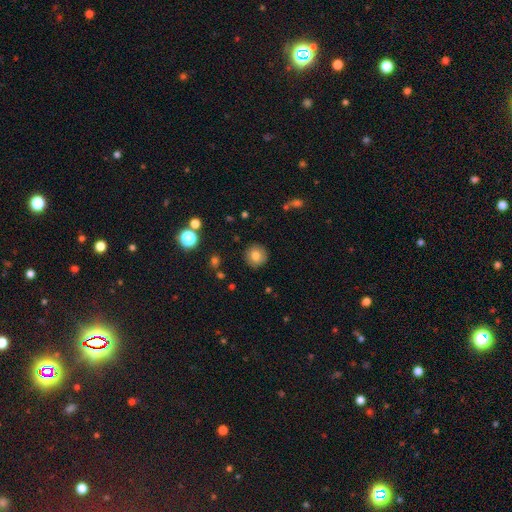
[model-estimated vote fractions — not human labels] Smooth or featured: smooth — 79% (featured or disk — 11%)
How rounded: round — 93% (in between — 6%)
Merging: none — 90% (minor disturbance — 6%)